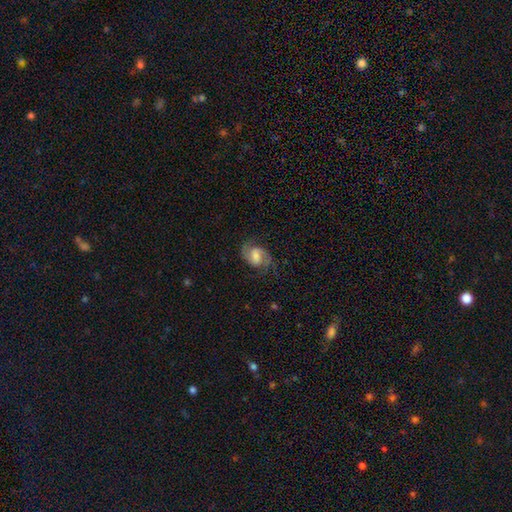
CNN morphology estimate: The model was most divided on "bulge size": moderate: 38%, large: 22%, small: 22%, none: 15%, dominant: 3%. More confident: edge-on disk — no (97%); spiral arms — yes (93%); spiral arm count — 2 (87%); smooth or featured — featured or disk (70%); merging — none (65%); bar — weak (53%); spiral winding — medium (51%).